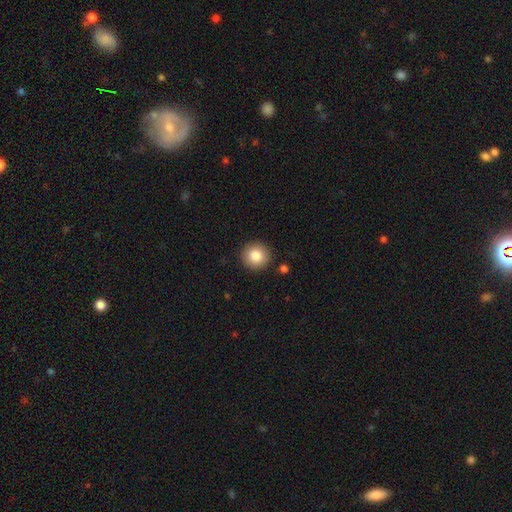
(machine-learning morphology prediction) smooth 84%, star or artifact 9%, featured or disk 7%. Down the decision tree: how rounded — round (94%); merging — none (90%).